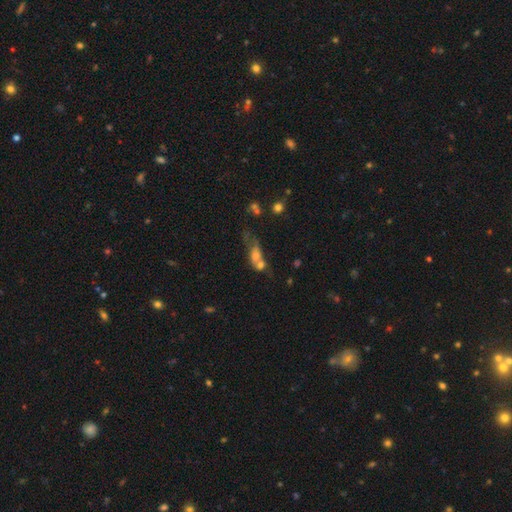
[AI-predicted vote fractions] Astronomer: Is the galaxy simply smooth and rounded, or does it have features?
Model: smooth — 55% (runner-up: featured or disk, 30%).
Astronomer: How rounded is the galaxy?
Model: in between — 61%.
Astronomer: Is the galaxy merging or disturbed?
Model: merger — 56%.